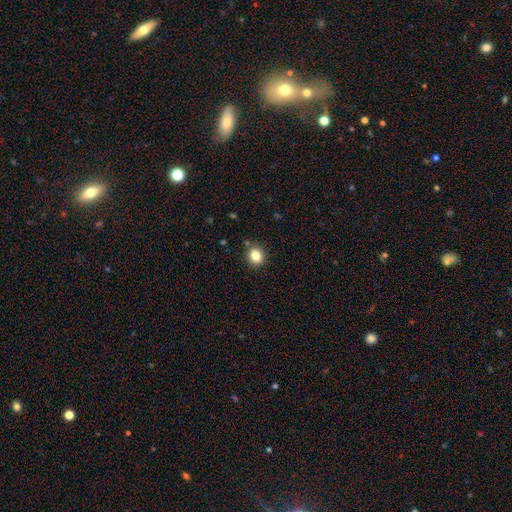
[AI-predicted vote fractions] A smooth galaxy with no disk features (85%) that is round (66%).

Vote fractions:
- Smooth or featured? smooth: 85% / star or artifact: 10% / featured or disk: 5%
- How rounded? round: 66% / in between: 33% / cigar-shaped: 1%
- Merging? none: 87% / minor disturbance: 9% / merger: 2% / major disturbance: 2%